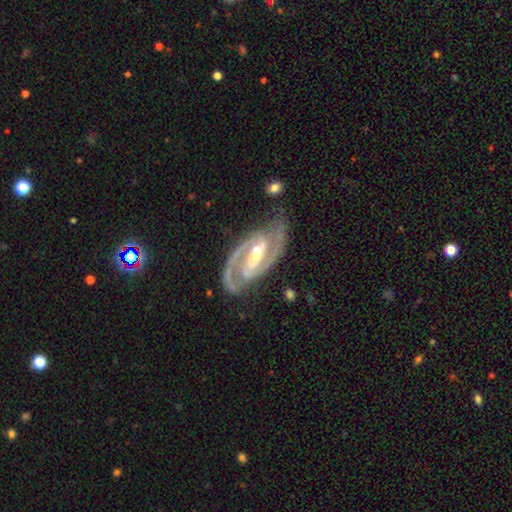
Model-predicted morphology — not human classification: Smooth or featured? featured or disk (93%)
Edge-on disk? no (97%)
Bar? strong (61%)
Spiral arms? yes (98%)
Spiral winding? medium (48%)
Spiral arm count? 2 (94%)
Bulge size? moderate (52%)
Merging? none (80%)